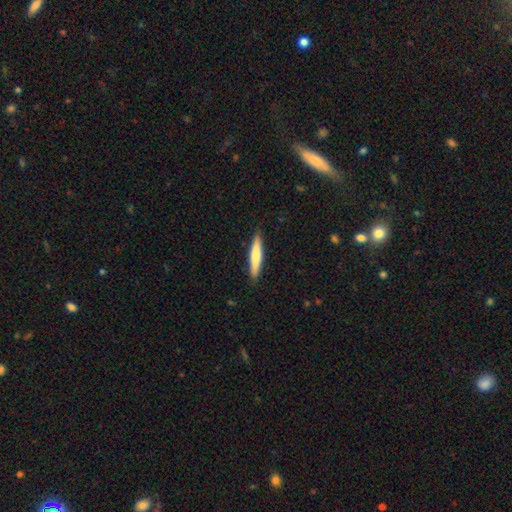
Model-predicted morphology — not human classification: A smooth galaxy with no disk features (70%) that is cigar-shaped (91%).

Vote fractions:
- Smooth or featured? smooth: 70% / featured or disk: 25% / star or artifact: 5%
- How rounded? cigar-shaped: 91% / in between: 8% / round: 1%
- Merging? none: 89% / minor disturbance: 9% / major disturbance: 2% / merger: 1%